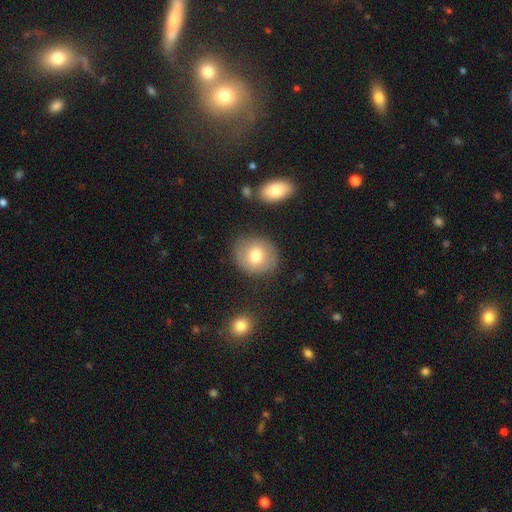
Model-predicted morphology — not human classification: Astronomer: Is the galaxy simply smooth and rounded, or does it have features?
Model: smooth — 74%.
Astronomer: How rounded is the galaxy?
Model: round — 76%.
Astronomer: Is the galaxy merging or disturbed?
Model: none — 82%.